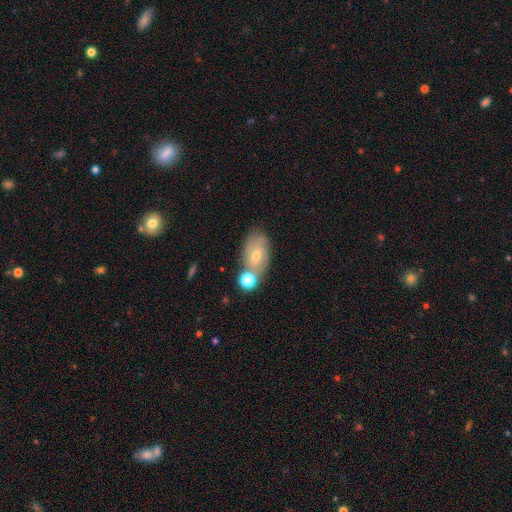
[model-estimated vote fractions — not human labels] Smooth or featured: smooth — 49% (featured or disk — 40%)
Merging: none — 53% (merger — 26%)